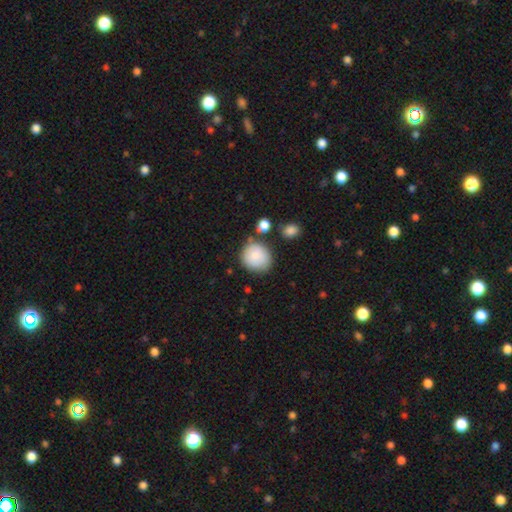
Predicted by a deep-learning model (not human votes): This appears to be a smooth galaxy with no disk features (81%) that is round (85%). Merging: none (70%).